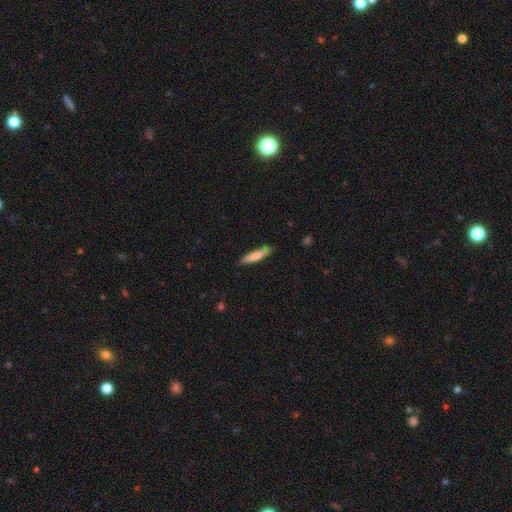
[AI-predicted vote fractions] A smooth galaxy with no disk features (76%) that is cigar-shaped (85%).

Vote fractions:
- Smooth or featured? smooth: 76% / featured or disk: 19% / star or artifact: 5%
- How rounded? cigar-shaped: 85% / in between: 13% / round: 1%
- Merging? none: 88% / minor disturbance: 9% / major disturbance: 2% / merger: 1%